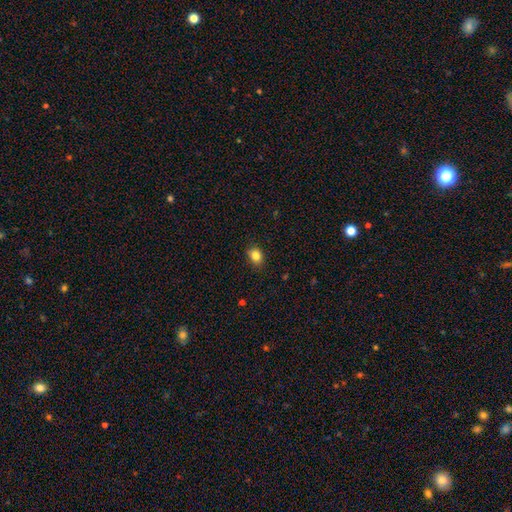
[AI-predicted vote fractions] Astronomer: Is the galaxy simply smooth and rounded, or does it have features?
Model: smooth — 84%.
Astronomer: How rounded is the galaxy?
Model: in between — 52% (runner-up: round, 47%).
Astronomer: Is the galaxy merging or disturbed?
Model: none — 85%.